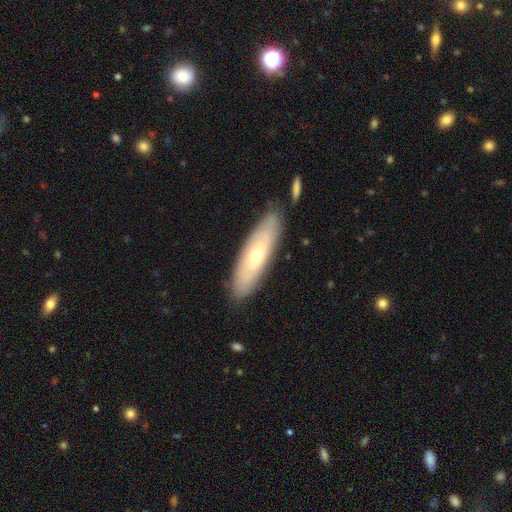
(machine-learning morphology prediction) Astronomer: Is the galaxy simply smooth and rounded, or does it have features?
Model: featured or disk — 50% (runner-up: smooth, 44%).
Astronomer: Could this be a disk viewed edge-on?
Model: no — 66%.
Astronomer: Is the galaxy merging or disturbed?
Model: none — 82%.